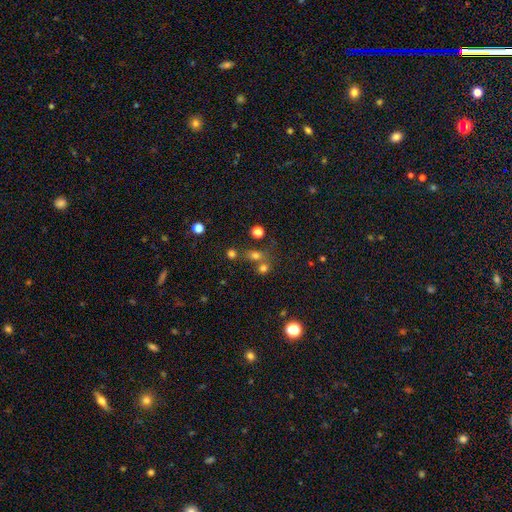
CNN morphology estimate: A smooth galaxy with no disk features (59%) that is round (71%).

Vote fractions:
- Smooth or featured? smooth: 59% / star or artifact: 30% / featured or disk: 11%
- How rounded? round: 71% / in between: 27% / cigar-shaped: 2%
- Merging? none: 52% / merger: 35% / minor disturbance: 9% / major disturbance: 5%